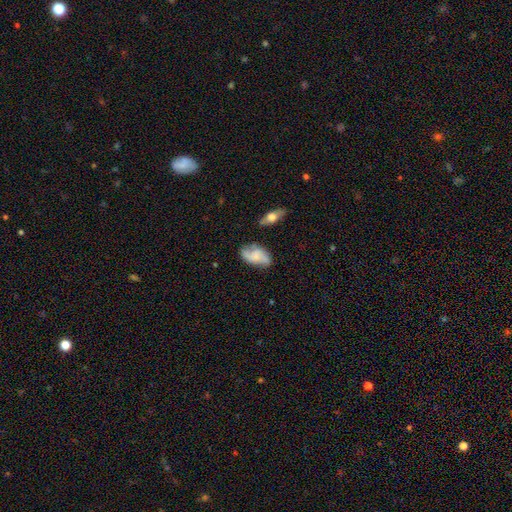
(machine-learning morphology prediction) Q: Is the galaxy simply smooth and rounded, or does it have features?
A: featured or disk — 54%.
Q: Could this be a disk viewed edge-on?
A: no — 93%.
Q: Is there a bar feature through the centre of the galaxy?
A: no — 64%.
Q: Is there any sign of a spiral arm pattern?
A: yes — 87%.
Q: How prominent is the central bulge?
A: small — 37%.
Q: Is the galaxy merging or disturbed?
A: none — 64%.